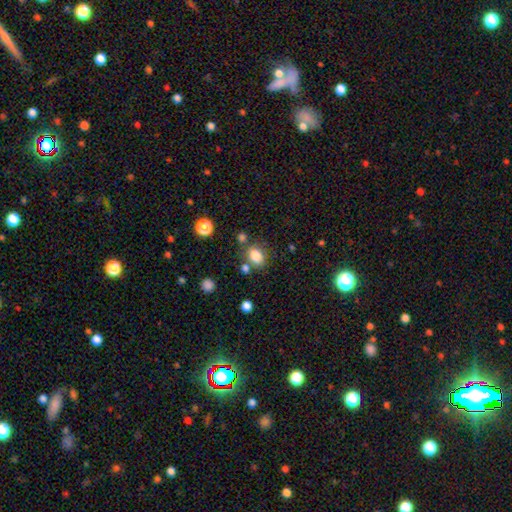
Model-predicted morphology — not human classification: This appears to be a smooth galaxy with no disk features (82%) that is in between round and cigar-shaped (60%). Merging: none (66%).